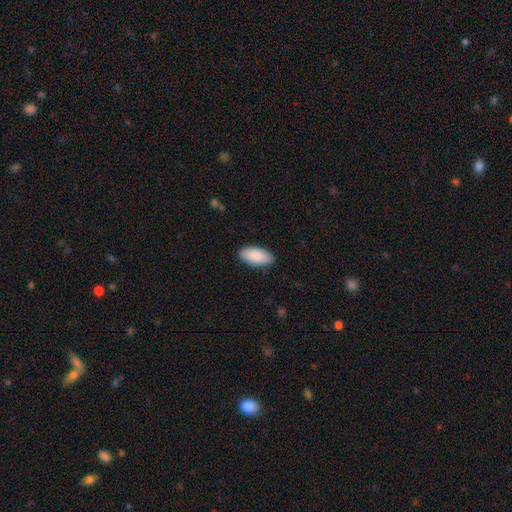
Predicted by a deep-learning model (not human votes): Smooth or featured?
  - smooth: 91% *
  - star or artifact: 5%
  - featured or disk: 4%
How rounded?
  - in between: 93% *
  - cigar-shaped: 5%
  - round: 2%
Merging?
  - none: 88% *
  - minor disturbance: 10%
  - major disturbance: 2%
  - merger: 1%